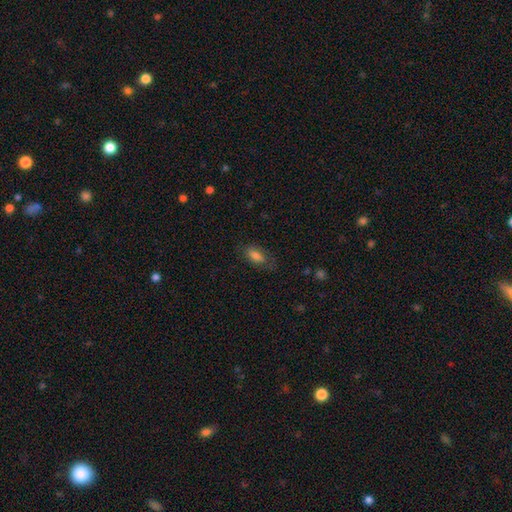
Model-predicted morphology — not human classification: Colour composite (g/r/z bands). It shows a smooth galaxy with no disk features (76%) that is in between round and cigar-shaped (86%). Merging: none (70%).